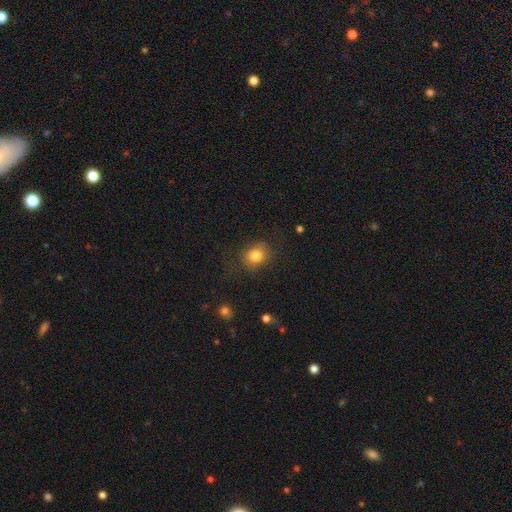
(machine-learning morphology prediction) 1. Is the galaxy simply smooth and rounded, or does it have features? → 82% smooth, 10% star or artifact, 8% featured or disk.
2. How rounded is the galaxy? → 63% round, 36% in between, 1% cigar-shaped.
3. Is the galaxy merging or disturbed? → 75% none, 16% minor disturbance, 8% major disturbance, 1% merger.